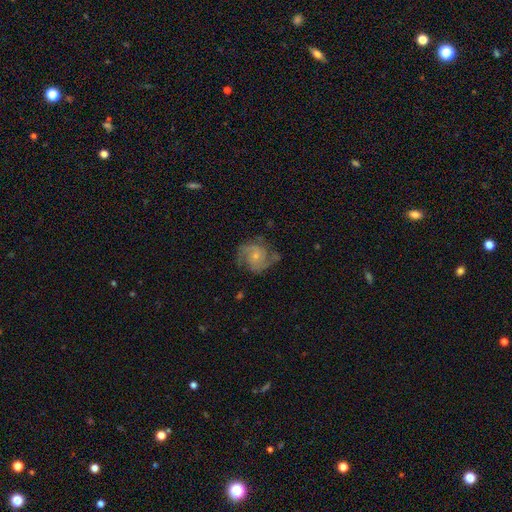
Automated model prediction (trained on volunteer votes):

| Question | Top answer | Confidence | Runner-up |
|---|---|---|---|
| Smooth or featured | featured or disk | 82% | smooth (12%) |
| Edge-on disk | no | 98% | yes (2%) |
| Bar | no | 67% | weak (28%) |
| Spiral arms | yes | 96% | no (4%) |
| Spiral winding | medium | 52% | tight (29%) |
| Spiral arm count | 2 | 78% | 3 (9%) |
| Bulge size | small | 67% | moderate (27%) |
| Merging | none | 70% | minor disturbance (19%) |